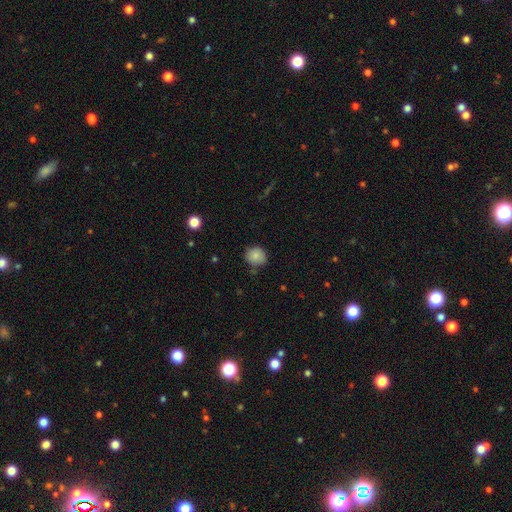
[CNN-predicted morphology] smooth 84%, star or artifact 9%, featured or disk 7%. Down the decision tree: how rounded — round (83%); merging — none (80%).